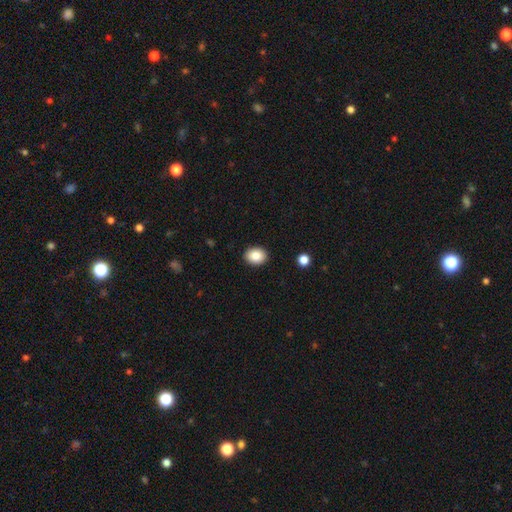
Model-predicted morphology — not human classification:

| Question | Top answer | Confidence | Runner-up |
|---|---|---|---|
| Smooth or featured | smooth | 86% | star or artifact (8%) |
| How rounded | in between | 55% | round (44%) |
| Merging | none | 91% | minor disturbance (6%) |